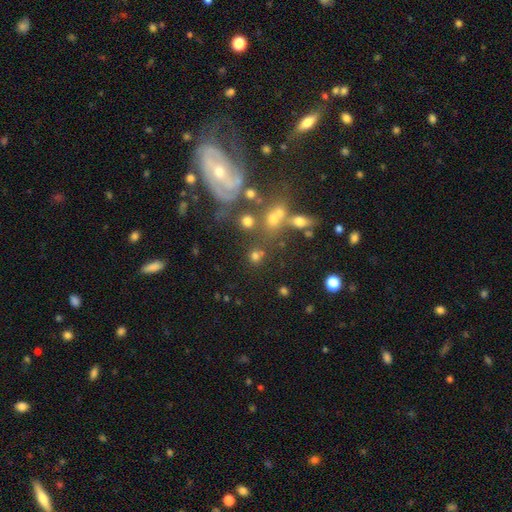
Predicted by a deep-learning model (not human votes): Q: Smooth or featured?
A: smooth (59%); runner-up: featured or disk (21%)
Q: How rounded?
A: round (77%); runner-up: in between (20%)
Q: Merging?
A: none (61%); runner-up: merger (17%)